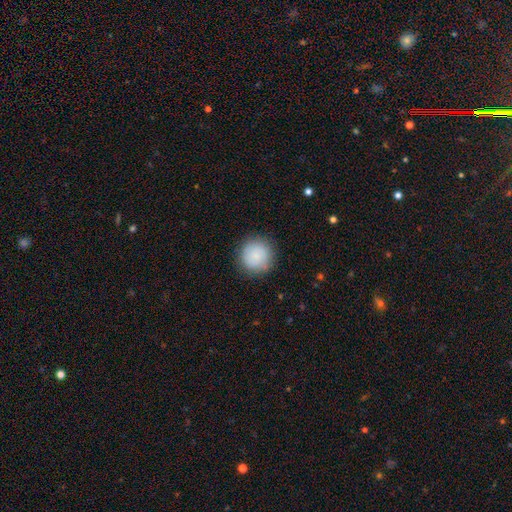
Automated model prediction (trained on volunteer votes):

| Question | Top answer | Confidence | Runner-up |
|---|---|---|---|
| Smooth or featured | smooth | 85% | featured or disk (8%) |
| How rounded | round | 95% | in between (4%) |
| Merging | none | 88% | minor disturbance (8%) |